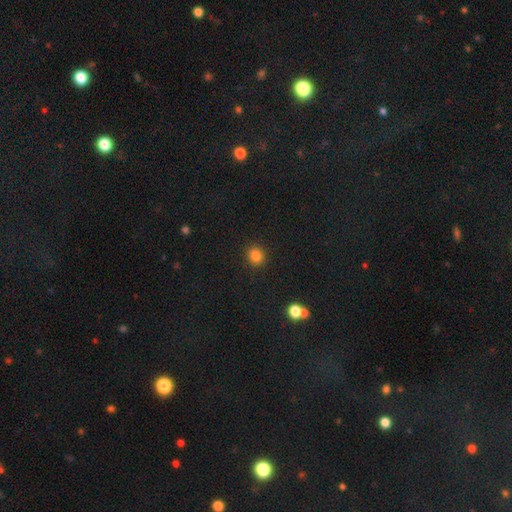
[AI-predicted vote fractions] smooth-or-featured: smooth: 83% | star or artifact: 13% | featured or disk: 5%
  how-rounded: round: 82% | in between: 17% | cigar-shaped: 1%
  merging: none: 91% | minor disturbance: 6% | major disturbance: 2% | merger: 1%